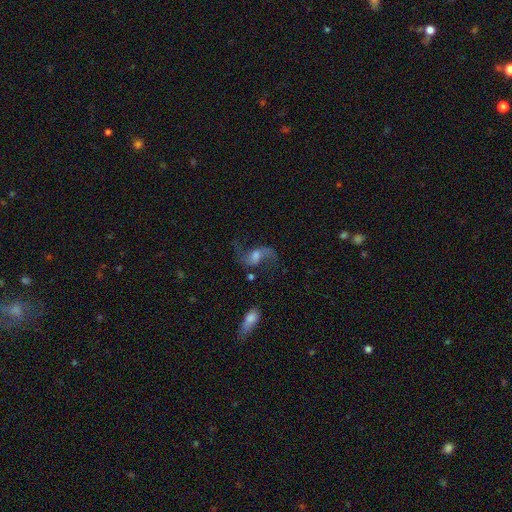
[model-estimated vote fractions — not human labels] Smooth or featured? Predicted: featured or disk (p=0.81). Edge-on disk? Predicted: no (p=0.95). Bar? Predicted: no (p=0.46). Spiral arms? Predicted: yes (p=0.94). Spiral winding? Predicted: loose (p=0.85). Spiral arm count? Predicted: 2 (p=0.91). Bulge size? Predicted: moderate (p=0.49). Merging? Predicted: none (p=0.63).